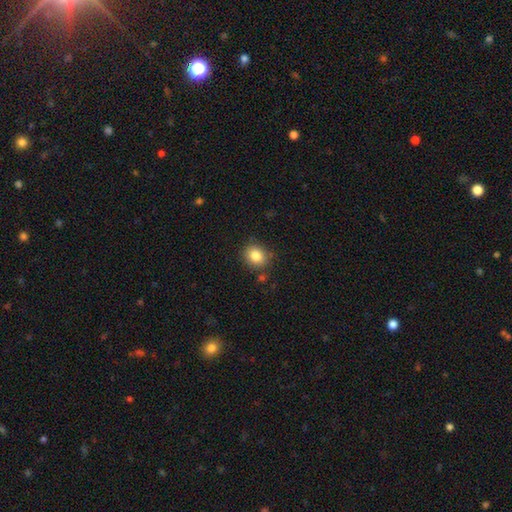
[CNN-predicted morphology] A smooth galaxy with no disk features (84%) that is round (70%).

Vote fractions:
- Smooth or featured? smooth: 84% / star or artifact: 10% / featured or disk: 6%
- How rounded? round: 70% / in between: 29% / cigar-shaped: 1%
- Merging? none: 82% / minor disturbance: 11% / merger: 3% / major disturbance: 3%